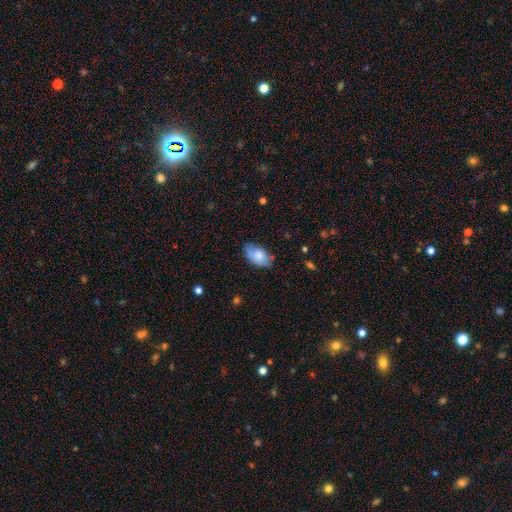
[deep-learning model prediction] Overall: smooth (77%). How rounded: in between (93%). Merging: none (72%).